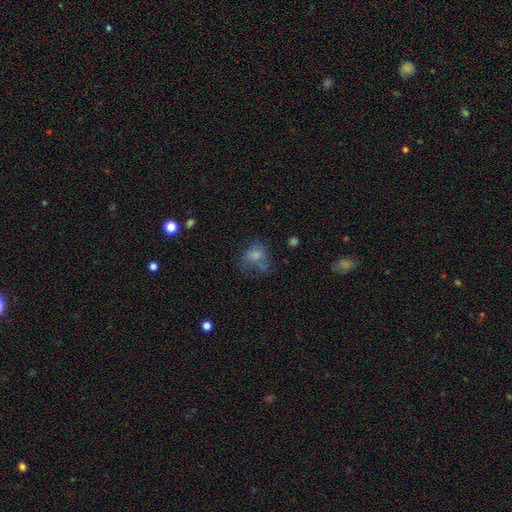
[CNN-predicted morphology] Overall: smooth (67%). How rounded: round (50%; in between 49%). Merging: none (36%; major disturbance 32%).